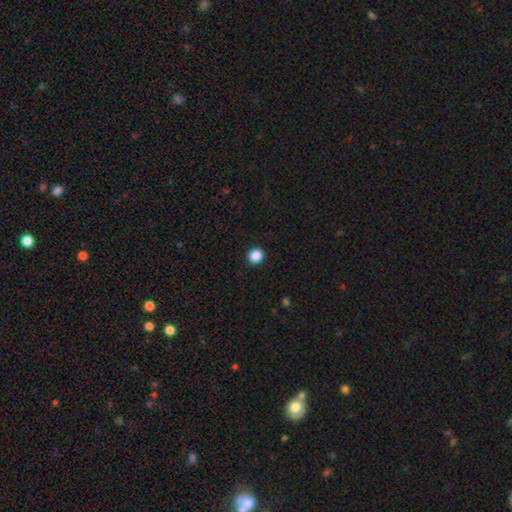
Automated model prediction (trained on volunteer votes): Smooth or featured? Predicted: smooth (p=0.88). How rounded? Predicted: round (p=0.88). Merging? Predicted: none (p=0.93).